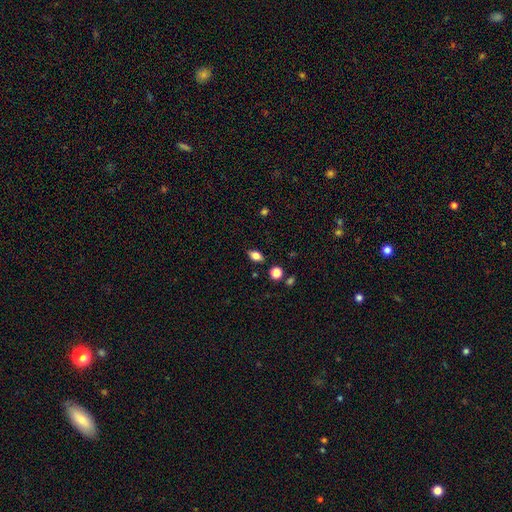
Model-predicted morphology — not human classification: smooth 76%, featured or disk 14%, star or artifact 10%. Down the decision tree: how rounded — in between (81%); merging — none (83%).